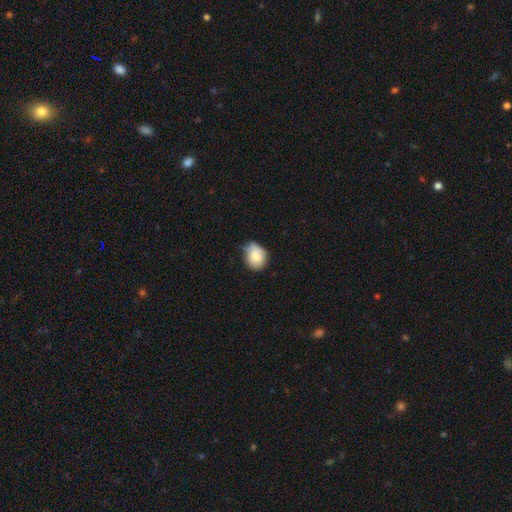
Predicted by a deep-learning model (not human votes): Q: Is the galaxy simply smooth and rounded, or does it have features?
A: smooth — 82%.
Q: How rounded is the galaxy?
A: round — 53%.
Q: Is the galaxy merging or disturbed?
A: none — 47%.